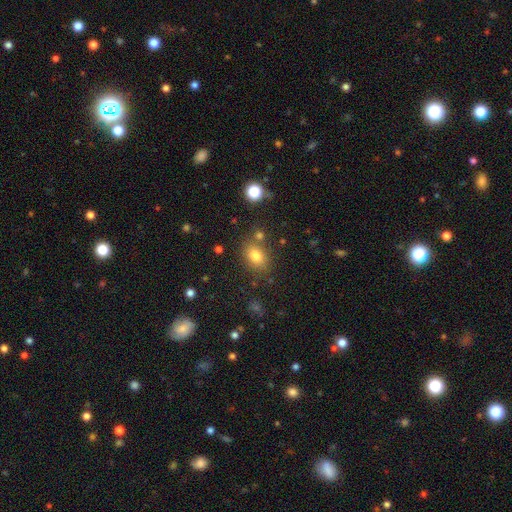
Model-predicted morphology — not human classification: This is likely a smooth galaxy (78%). How rounded: likely in between (71%). Merging: likely none (74%).